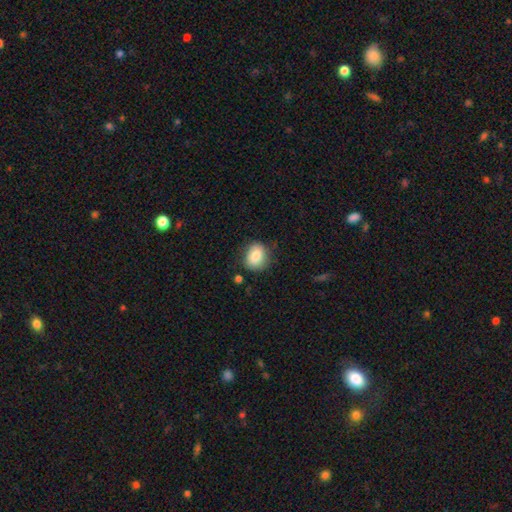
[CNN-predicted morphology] A smooth galaxy with no disk features (84%) that is in between round and cigar-shaped (51%). Merging: none (75%).